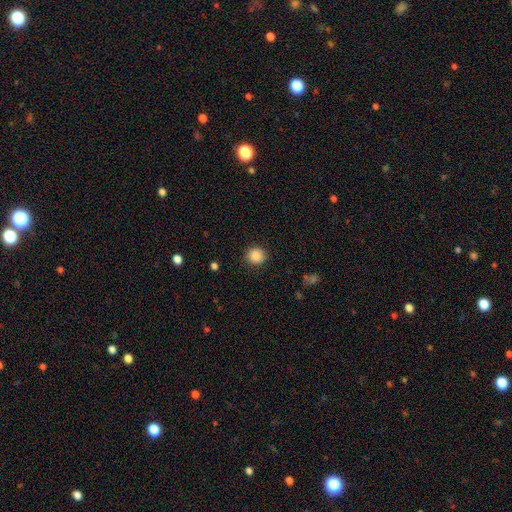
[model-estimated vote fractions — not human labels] Smooth or featured: smooth — 87% (star or artifact — 9%)
How rounded: round — 91% (in between — 8%)
Merging: none — 89% (minor disturbance — 7%)